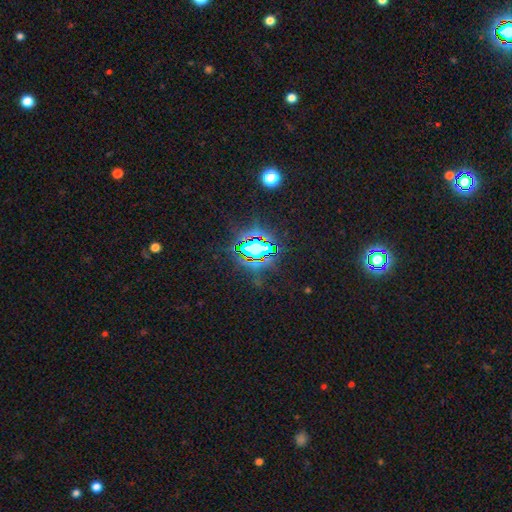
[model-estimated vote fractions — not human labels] Overall: star or artifact (81%).